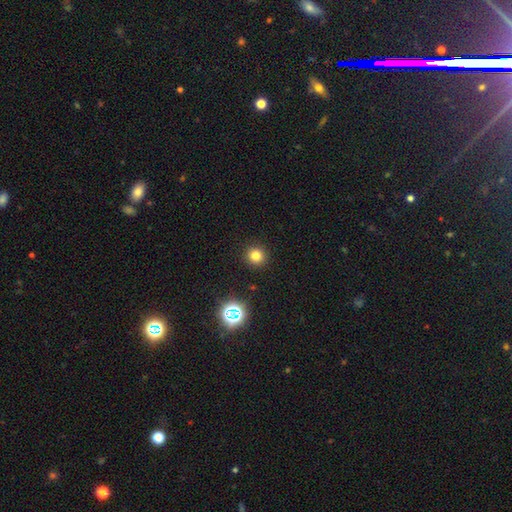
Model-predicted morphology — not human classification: This is likely a smooth galaxy (77%). How rounded: clearly round (93%). Merging: clearly none (92%).